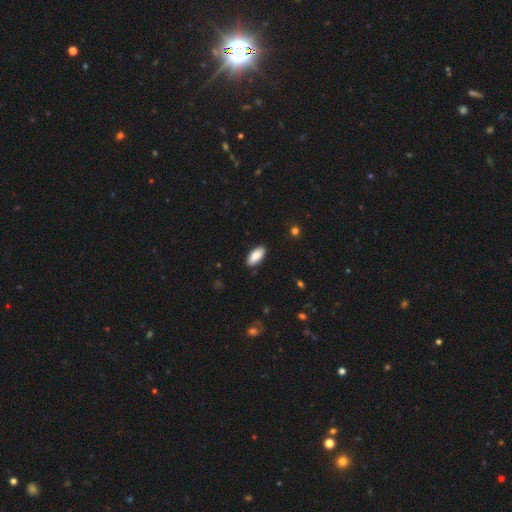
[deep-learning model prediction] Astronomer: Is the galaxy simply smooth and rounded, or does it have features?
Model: smooth — 88%.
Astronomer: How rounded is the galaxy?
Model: in between — 89%.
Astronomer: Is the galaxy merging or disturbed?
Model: none — 88%.